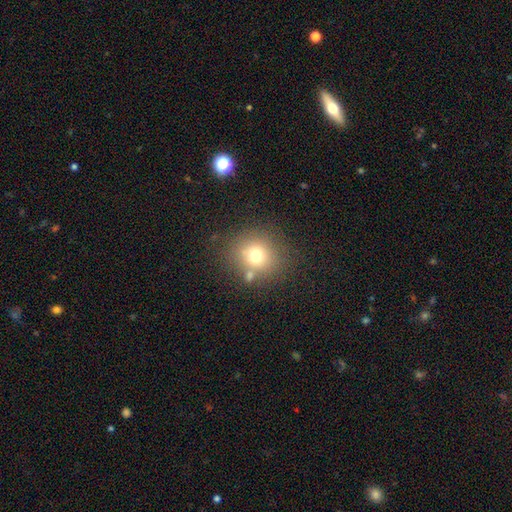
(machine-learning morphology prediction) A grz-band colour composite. It shows a smooth galaxy with no disk features (71%) that is round (83%). Merging: none (72%).